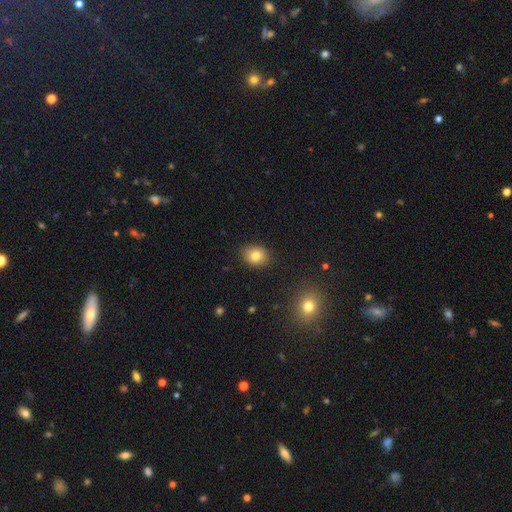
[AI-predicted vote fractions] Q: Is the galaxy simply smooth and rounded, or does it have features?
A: smooth — 80%.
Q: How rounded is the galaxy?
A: round — 59%.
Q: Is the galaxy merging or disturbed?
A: none — 88%.